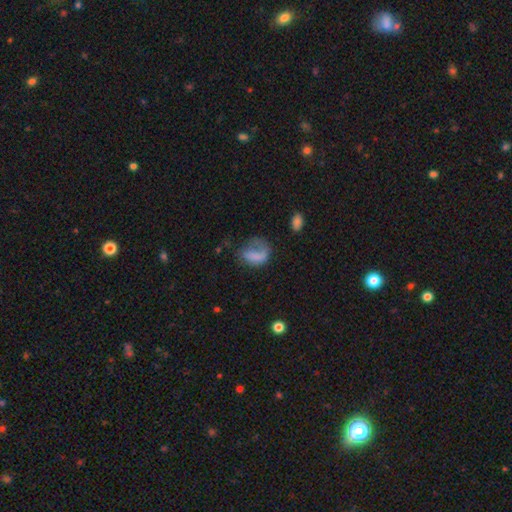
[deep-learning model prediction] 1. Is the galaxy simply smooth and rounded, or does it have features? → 65% smooth, 25% featured or disk, 10% star or artifact.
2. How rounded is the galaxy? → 68% in between, 28% round, 4% cigar-shaped.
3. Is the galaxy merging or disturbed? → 46% major disturbance, 28% none, 22% minor disturbance, 4% merger.